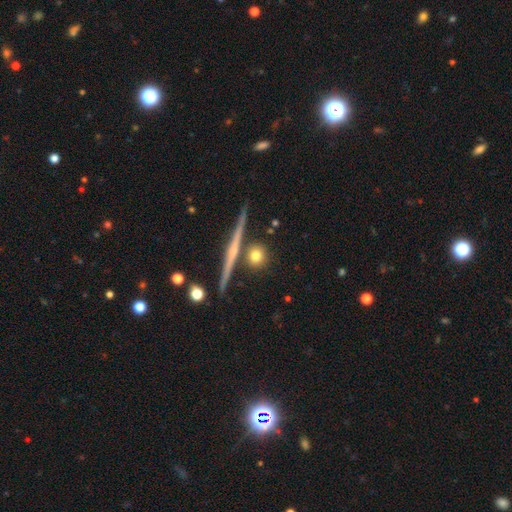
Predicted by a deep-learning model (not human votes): A smooth galaxy with no disk features (66%) that is round (84%).

Vote fractions:
- Smooth or featured? smooth: 66% / featured or disk: 24% / star or artifact: 10%
- How rounded? round: 84% / cigar-shaped: 8% / in between: 8%
- Merging? none: 80% / minor disturbance: 9% / merger: 9% / major disturbance: 3%